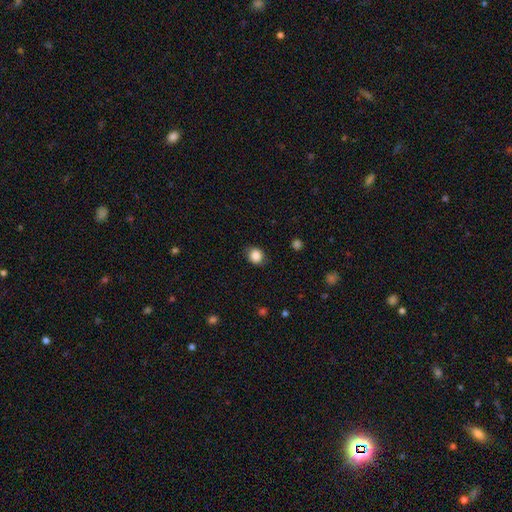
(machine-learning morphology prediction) Overall: smooth (87%). How rounded: round (75%). Merging: none (83%).